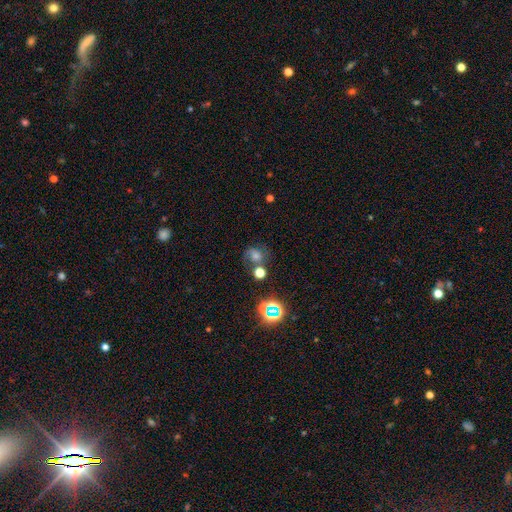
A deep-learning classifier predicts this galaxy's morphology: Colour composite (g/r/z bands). It shows a smooth galaxy with no disk features (39%). Merging: none (52%).